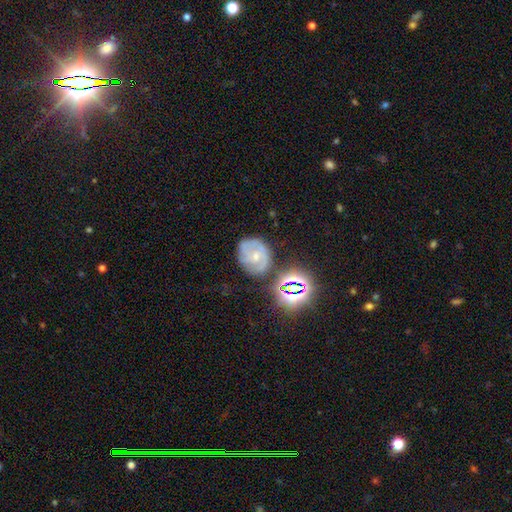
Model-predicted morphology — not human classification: This appears to be a featured or disk galaxy (58%) with no bar (64%), spiral arms (78%) and a small central bulge (57%). Merging: none (63%).